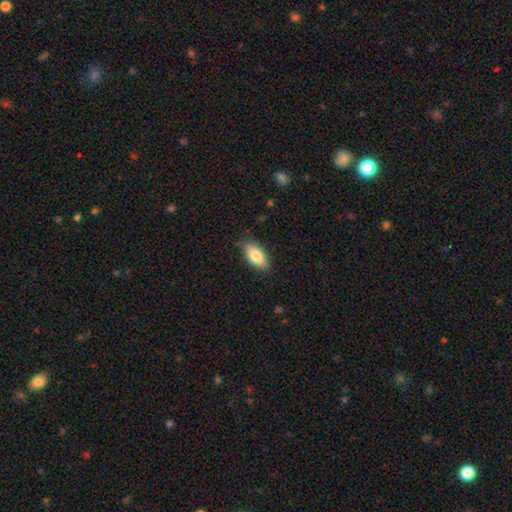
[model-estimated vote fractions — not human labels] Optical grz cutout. It shows a smooth galaxy with no disk features (81%) that is in between round and cigar-shaped (90%). Merging: none (82%).